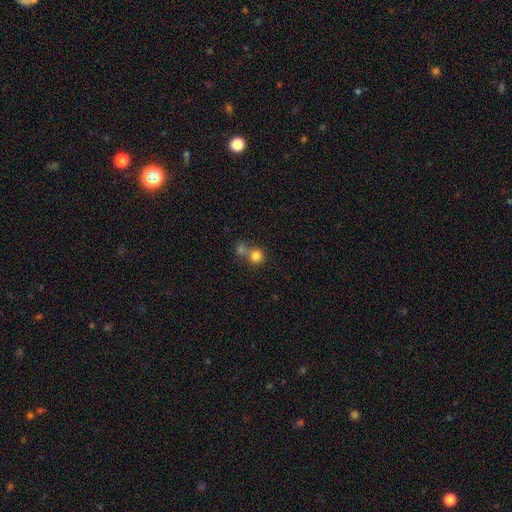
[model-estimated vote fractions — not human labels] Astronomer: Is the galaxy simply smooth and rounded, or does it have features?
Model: smooth — 80%.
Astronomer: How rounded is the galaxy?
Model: round — 88%.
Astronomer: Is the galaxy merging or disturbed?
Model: none — 46% (runner-up: merger, 43%).